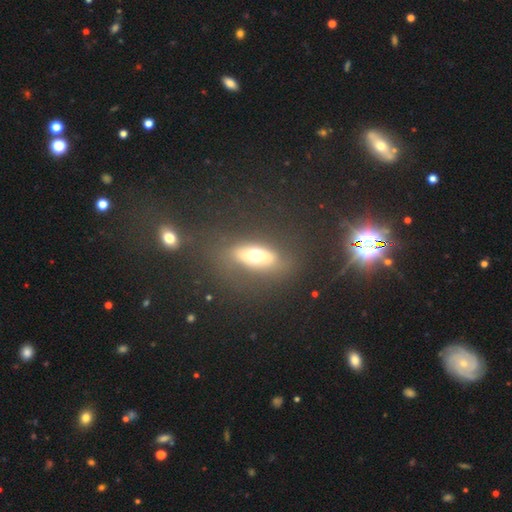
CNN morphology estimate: Q: Smooth or featured?
A: smooth (48%); runner-up: featured or disk (38%)
Q: Merging?
A: none (69%); runner-up: minor disturbance (15%)